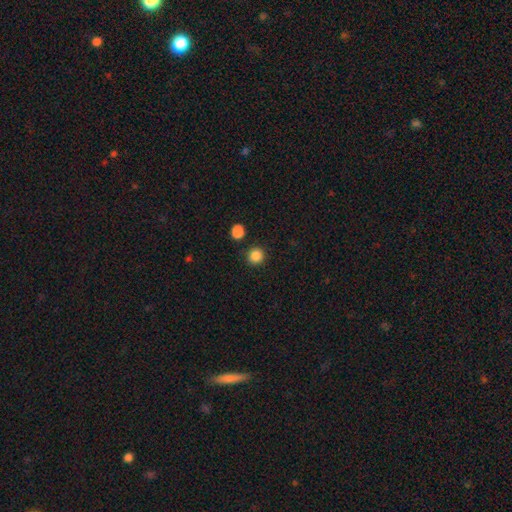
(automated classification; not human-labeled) This appears to be a smooth galaxy with no disk features (86%) that is round (91%). Merging: none (87%).